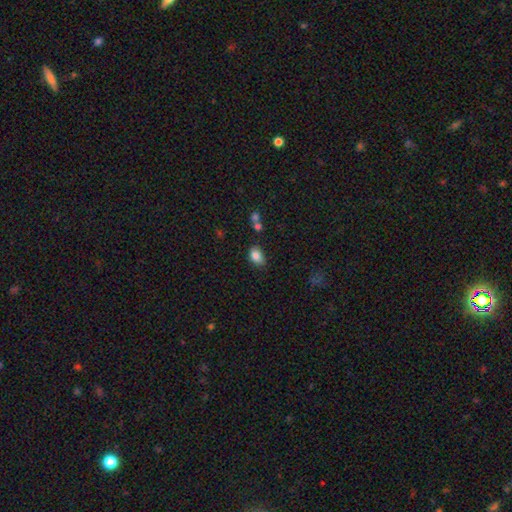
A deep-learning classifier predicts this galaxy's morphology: Smooth or featured?
  - smooth: 84% *
  - star or artifact: 9%
  - featured or disk: 6%
How rounded?
  - in between: 83% *
  - round: 15%
  - cigar-shaped: 1%
Merging?
  - none: 72% *
  - minor disturbance: 19%
  - merger: 5%
  - major disturbance: 4%